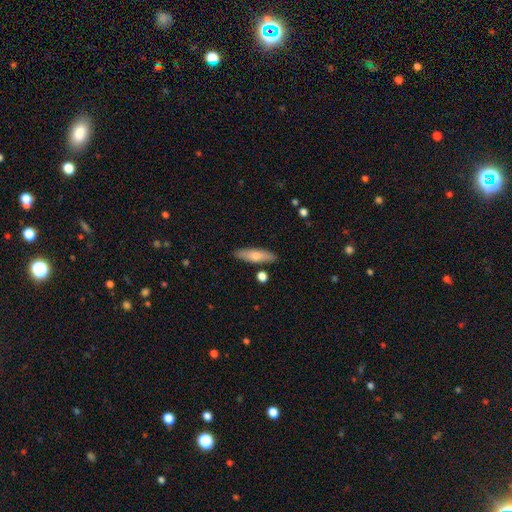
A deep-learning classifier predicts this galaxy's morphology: Overall: smooth (72%). How rounded: cigar-shaped (64%; in between 33%). Merging: none (86%).